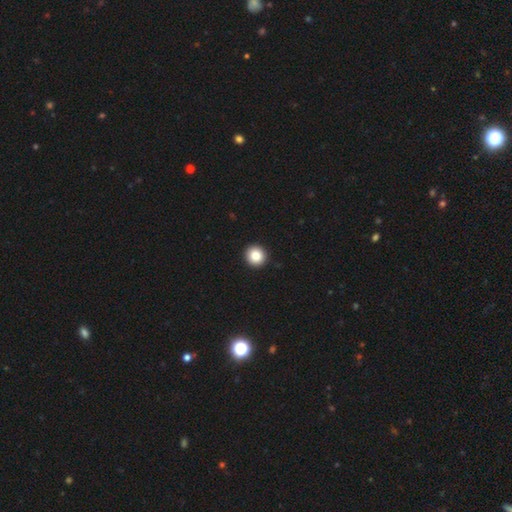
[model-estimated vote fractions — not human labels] smooth 85%, star or artifact 9%, featured or disk 6%. Down the decision tree: how rounded — round (92%); merging — none (94%).